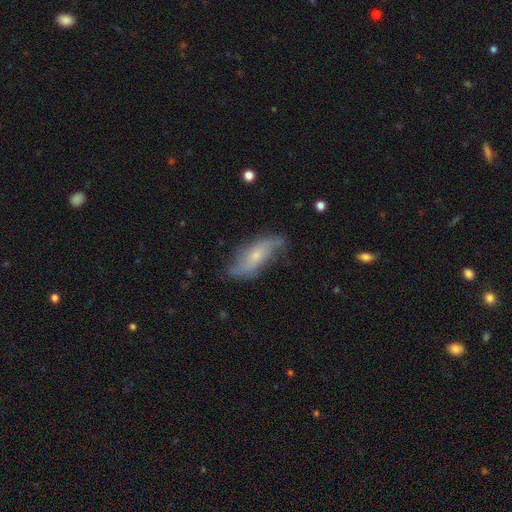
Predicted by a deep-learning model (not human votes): The model was most divided on "smooth or featured": featured or disk: 63%, smooth: 30%, star or artifact: 7%. More confident: spiral arms — yes (87%); edge-on disk — no (81%); merging — none (67%); bar — no (64%); bulge size — small (63%).